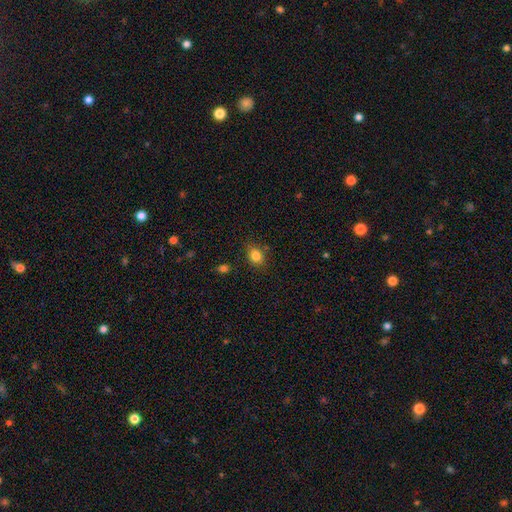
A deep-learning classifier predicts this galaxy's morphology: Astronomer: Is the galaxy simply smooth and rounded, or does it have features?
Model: smooth — 83%.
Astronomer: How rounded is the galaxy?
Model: round — 52% (runner-up: in between, 47%).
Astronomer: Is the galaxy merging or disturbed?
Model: none — 80%.